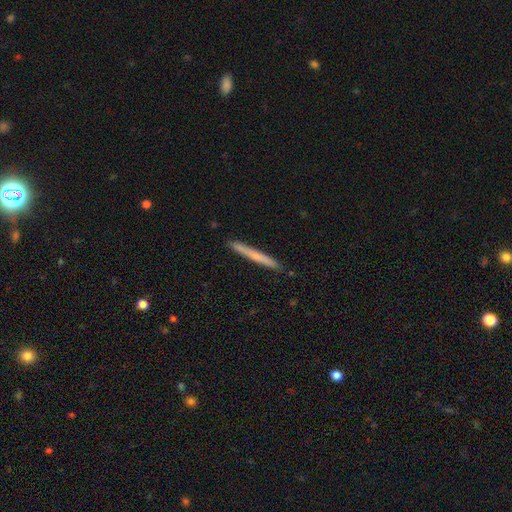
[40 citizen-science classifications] This is possibly a smooth galaxy (57%). How rounded: clearly cigar-shaped (100%). Merging: clearly none (89%).